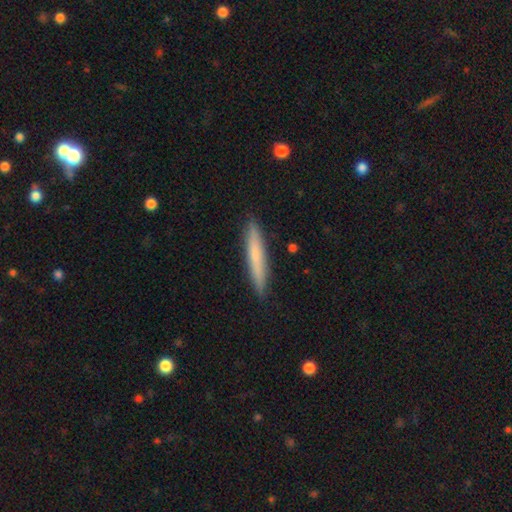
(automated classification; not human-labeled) smooth 67%, featured or disk 27%, star or artifact 6%. Down the decision tree: how rounded — cigar-shaped (95%); merging — none (91%).